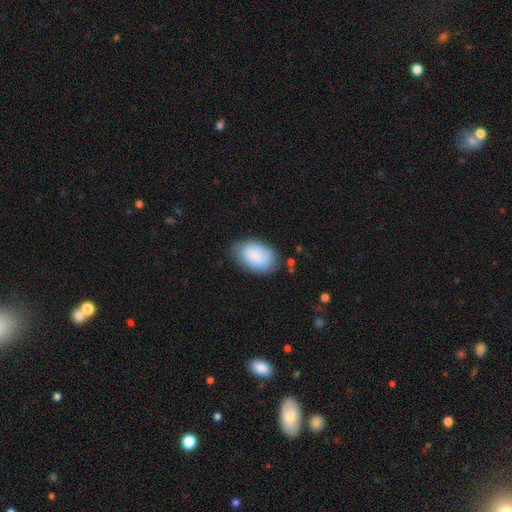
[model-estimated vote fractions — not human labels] A smooth galaxy with no disk features (86%) that is in between round and cigar-shaped (90%). Merging: none (73%).